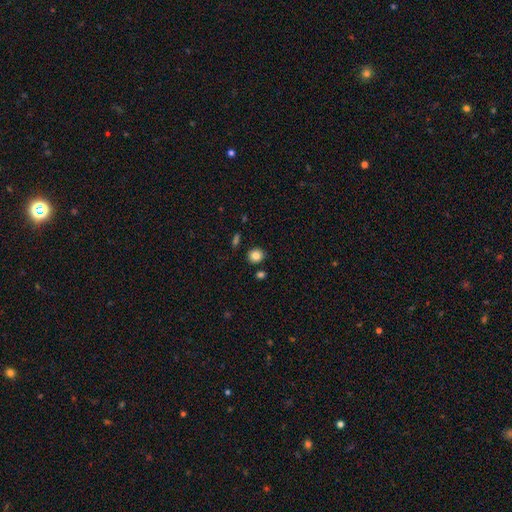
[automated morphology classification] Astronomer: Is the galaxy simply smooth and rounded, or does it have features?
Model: smooth — 84%.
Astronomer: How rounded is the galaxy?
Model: round — 83%.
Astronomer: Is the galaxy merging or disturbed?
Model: none — 86%.